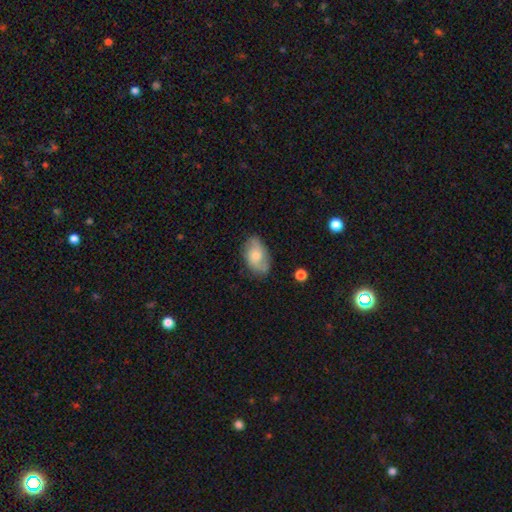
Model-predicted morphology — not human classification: This is possibly a smooth galaxy (59%). How rounded: clearly in between (91%). Merging: likely none (70%).